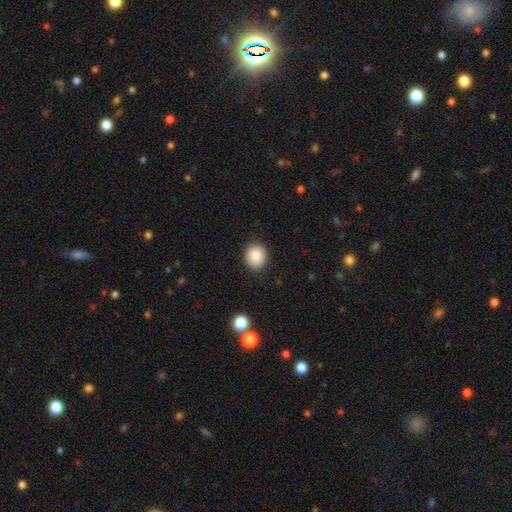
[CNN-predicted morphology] type=smooth (86%); roundness=round (73%); merging=none (89%).